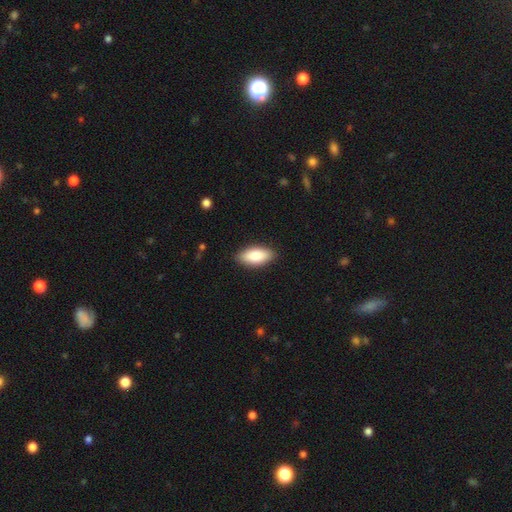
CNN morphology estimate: Smooth or featured? smooth (85%)
How rounded? in between (88%)
Merging? none (88%)